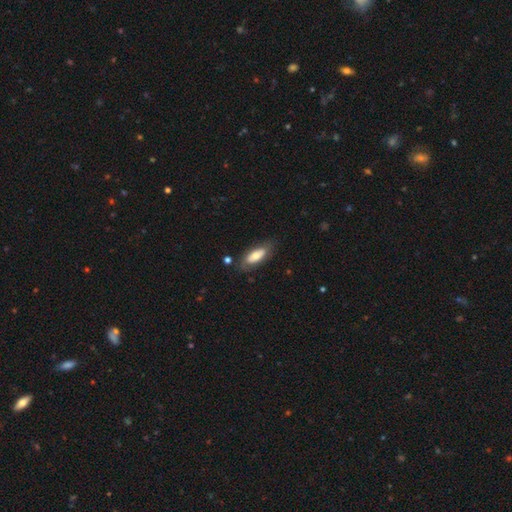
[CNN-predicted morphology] smooth_or_featured: smooth (p=0.67) [alt: featured or disk p=0.27]
how_rounded: in between (p=0.75) [alt: cigar-shaped p=0.23]
merging: none (p=0.74) [alt: minor disturbance p=0.18]